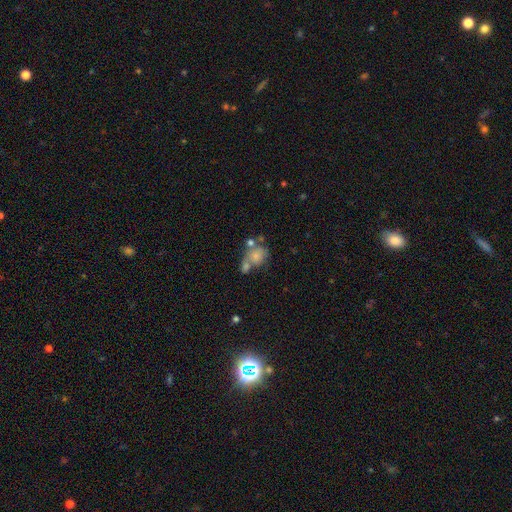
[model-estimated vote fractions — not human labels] Smooth or featured? Predicted: smooth (p=0.67). How rounded? Predicted: round (p=0.56). Merging? Predicted: merger (p=0.45).